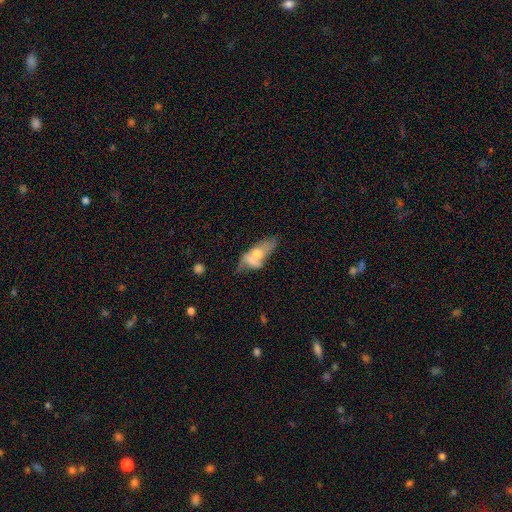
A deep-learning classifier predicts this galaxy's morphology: Q: Smooth or featured?
A: smooth (49%); runner-up: featured or disk (42%)
Q: Merging?
A: merger (47%); runner-up: major disturbance (20%)